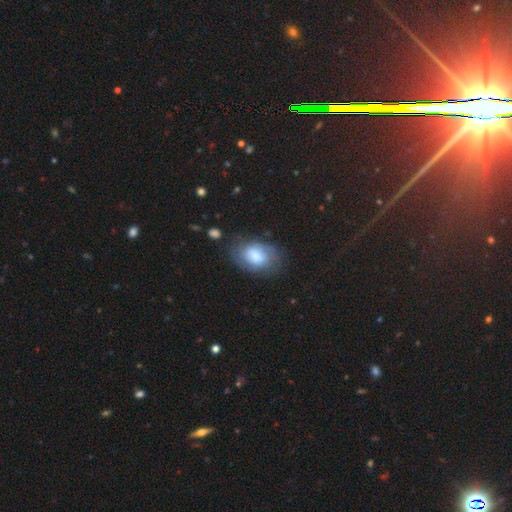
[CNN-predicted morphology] A smooth galaxy with no disk features (59%) that is in between round and cigar-shaped (82%).

Vote fractions:
- Smooth or featured? smooth: 59% / featured or disk: 33% / star or artifact: 8%
- How rounded? in between: 82% / round: 16% / cigar-shaped: 1%
- Merging? none: 62% / minor disturbance: 24% / major disturbance: 12% / merger: 2%